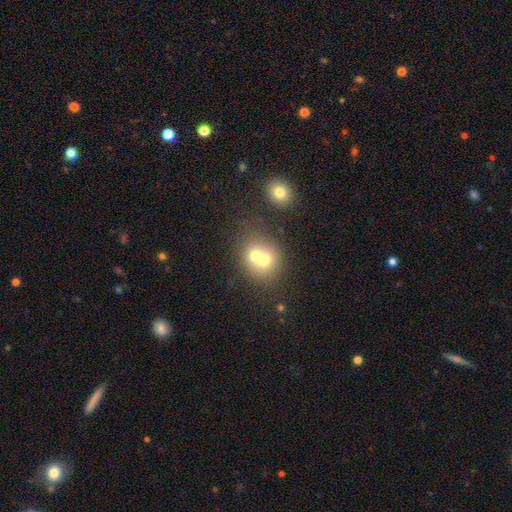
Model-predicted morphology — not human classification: Smooth or featured? Predicted: smooth (p=0.65). How rounded? Predicted: round (p=0.76). Merging? Predicted: merger (p=0.61).